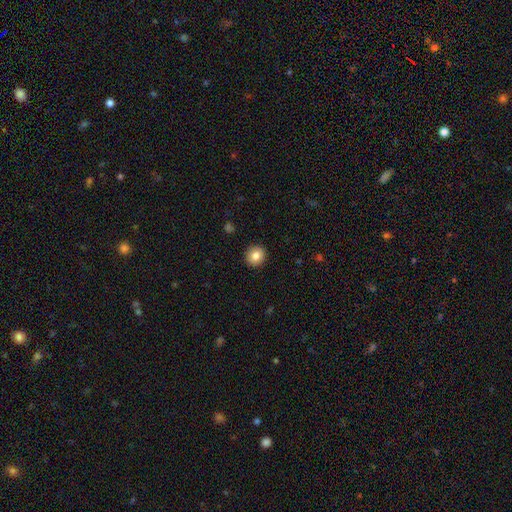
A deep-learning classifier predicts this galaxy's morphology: A smooth galaxy with no disk features (84%) that is round (87%). Merging: none (92%).